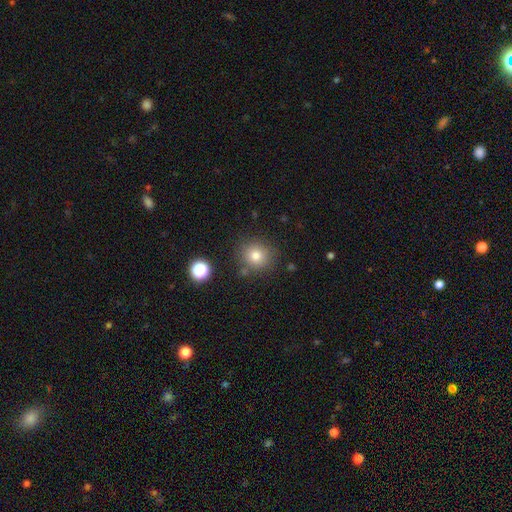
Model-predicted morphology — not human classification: Smooth or featured: smooth — 79% (star or artifact — 13%)
How rounded: round — 87% (in between — 12%)
Merging: none — 82% (minor disturbance — 10%)